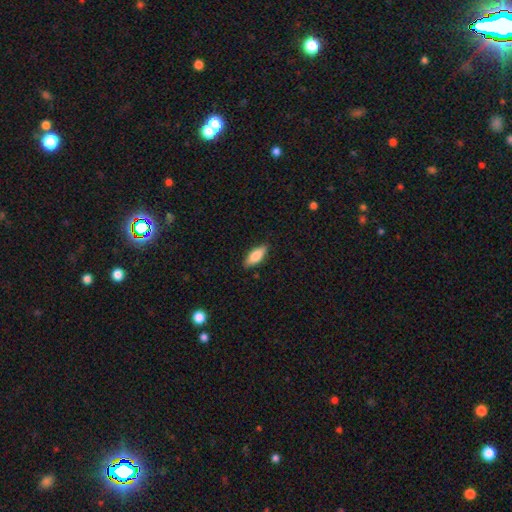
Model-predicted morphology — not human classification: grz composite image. It shows a smooth galaxy with no disk features (78%) that is in between round and cigar-shaped (74%). Merging: none (87%).